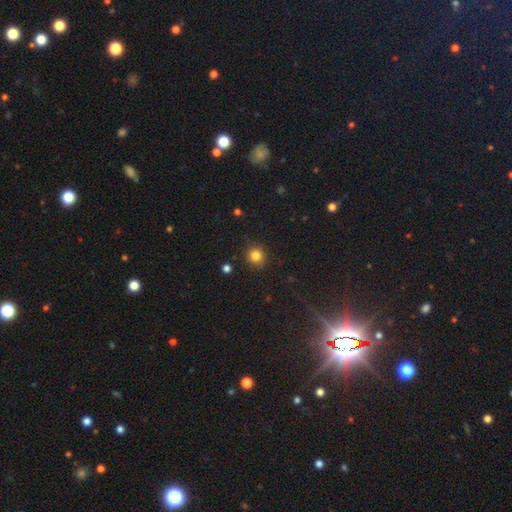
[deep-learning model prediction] smooth_or_featured: smooth (p=0.83) [alt: star or artifact p=0.13]
how_rounded: round (p=0.92) [alt: in between p=0.07]
merging: none (p=0.89) [alt: minor disturbance p=0.07]